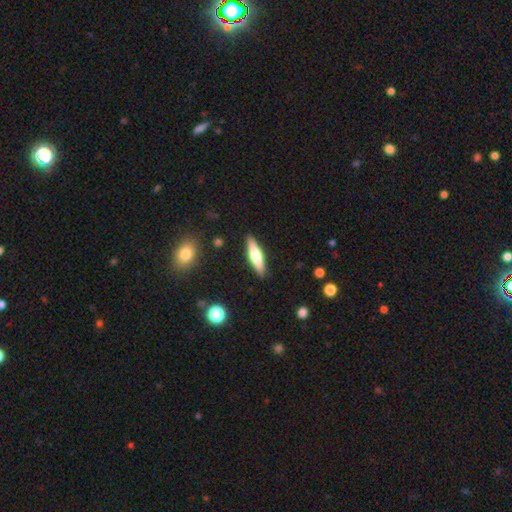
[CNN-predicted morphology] Smooth or featured? Predicted: smooth (p=0.49). Merging? Predicted: none (p=0.89).